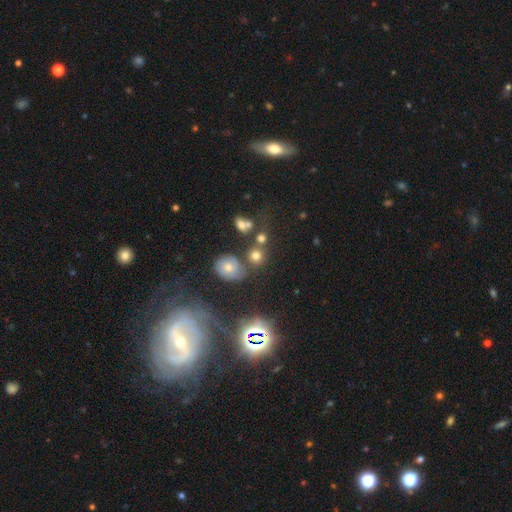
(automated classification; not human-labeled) This appears to be a smooth galaxy with no disk features (69%) that is round (83%). Merging: none (61%).